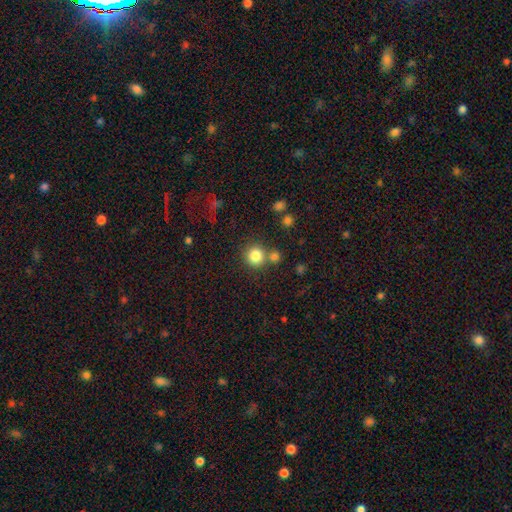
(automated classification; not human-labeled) The model was most divided on "merging": none: 71%, merger: 18%, minor disturbance: 8%, major disturbance: 3%. More confident: how rounded — round (92%); smooth or featured — smooth (82%).